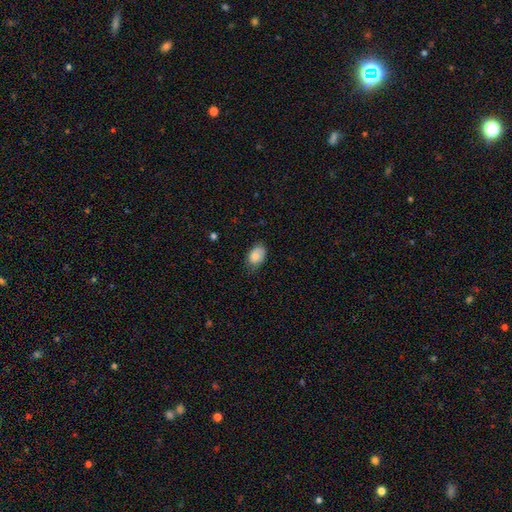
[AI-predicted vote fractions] The model was most divided on "merging": none: 66%, minor disturbance: 28%, major disturbance: 5%, merger: 1%. More confident: how rounded — in between (87%); smooth or featured — smooth (82%).